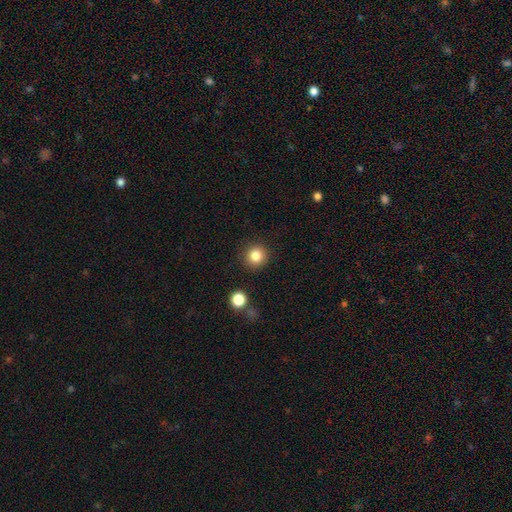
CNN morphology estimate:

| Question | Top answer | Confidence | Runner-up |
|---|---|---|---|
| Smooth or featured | smooth | 84% | star or artifact (11%) |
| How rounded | round | 93% | in between (6%) |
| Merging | none | 89% | minor disturbance (6%) |